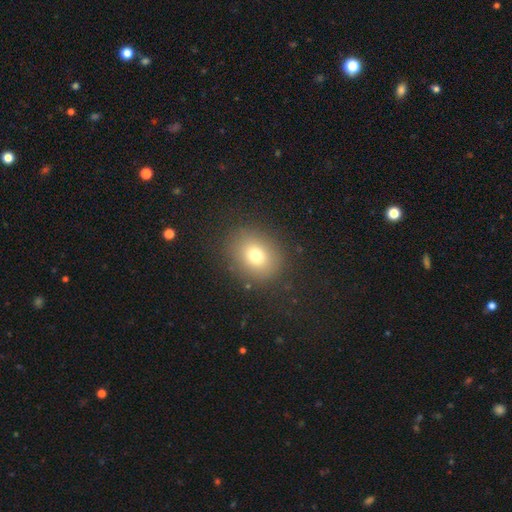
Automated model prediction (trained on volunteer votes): smooth-or-featured: smooth: 75% | star or artifact: 14% | featured or disk: 11%
  how-rounded: round: 59% | in between: 40% | cigar-shaped: 1%
  merging: none: 86% | minor disturbance: 9% | major disturbance: 4% | merger: 1%